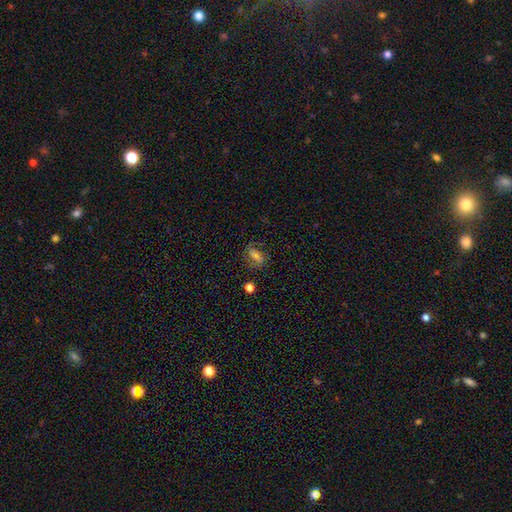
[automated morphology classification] Smooth or featured: smooth — 45% (featured or disk — 38%)
Merging: none — 71% (minor disturbance — 17%)